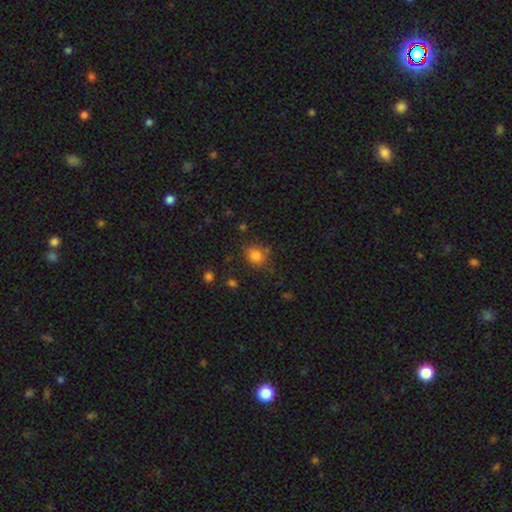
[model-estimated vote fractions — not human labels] Smooth or featured: smooth — 82% (star or artifact — 12%)
How rounded: round — 72% (in between — 27%)
Merging: none — 72% (minor disturbance — 18%)